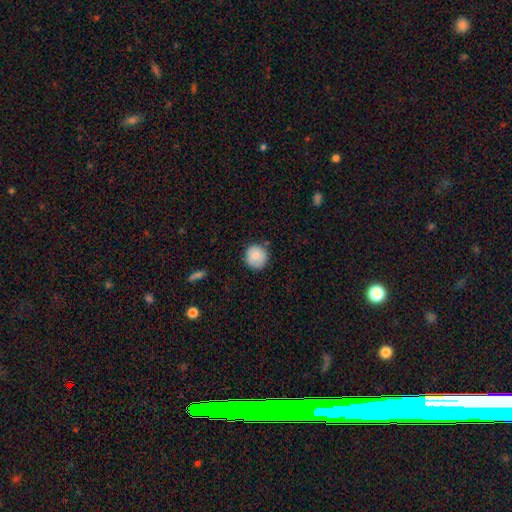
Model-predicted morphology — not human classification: smooth 80%, featured or disk 12%, star or artifact 8%. Down the decision tree: how rounded — round (94%); merging — none (83%).